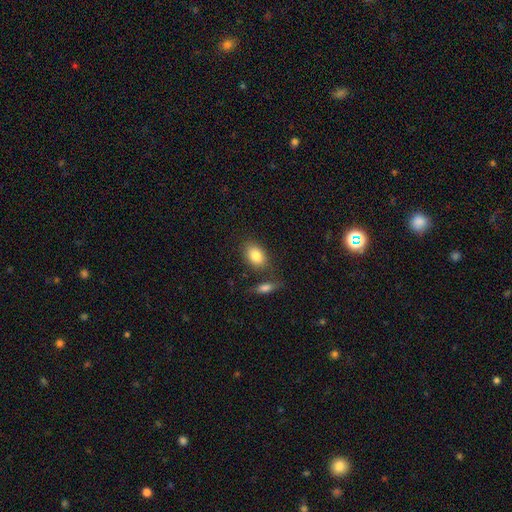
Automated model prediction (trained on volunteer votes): Overall: smooth (84%). How rounded: in between (84%). Merging: none (74%).